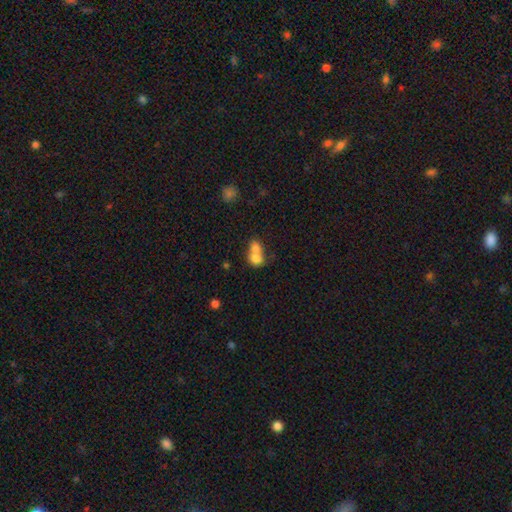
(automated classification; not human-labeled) smooth_or_featured: smooth (p=0.75) [alt: featured or disk p=0.15]
how_rounded: round (p=0.61) [alt: in between p=0.38]
merging: merger (p=0.72) [alt: none p=0.20]